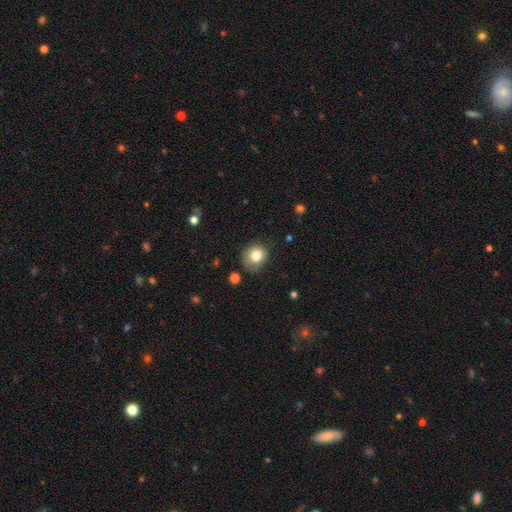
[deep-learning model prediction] Smooth or featured?
  - smooth: 79% *
  - featured or disk: 10%
  - star or artifact: 10%
How rounded?
  - round: 81% *
  - in between: 18%
  - cigar-shaped: 1%
Merging?
  - none: 70% *
  - minor disturbance: 22%
  - major disturbance: 6%
  - merger: 2%